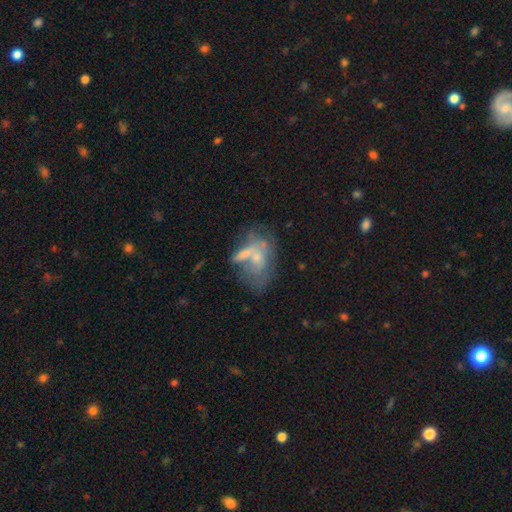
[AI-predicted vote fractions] A featured or disk galaxy (46%). Merging: merger (38%).